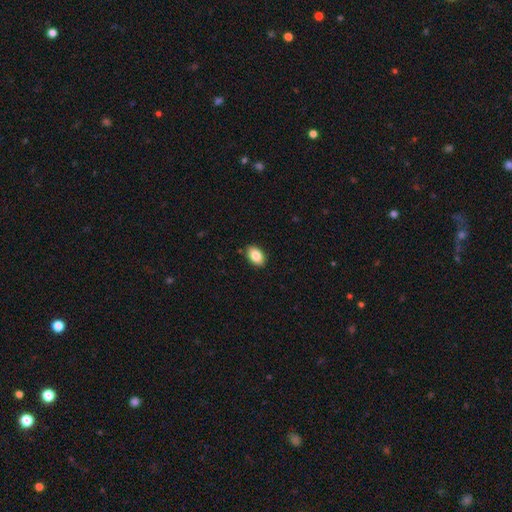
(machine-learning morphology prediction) Q: Smooth or featured?
A: smooth (85%); runner-up: featured or disk (8%)
Q: How rounded?
A: in between (89%); runner-up: round (9%)
Q: Merging?
A: none (89%); runner-up: minor disturbance (8%)